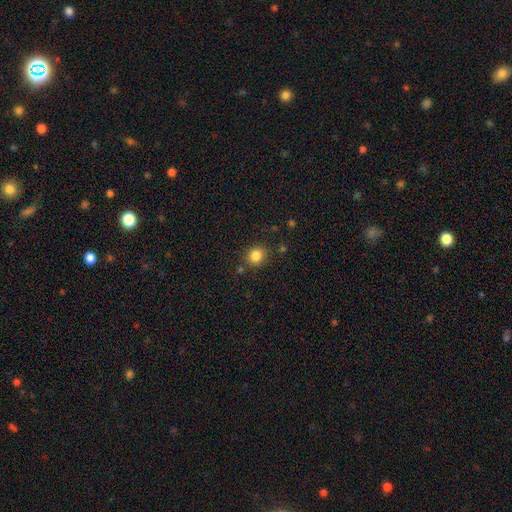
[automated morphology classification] This is clearly a smooth galaxy (83%). How rounded: clearly round (83%). Merging: clearly none (83%).